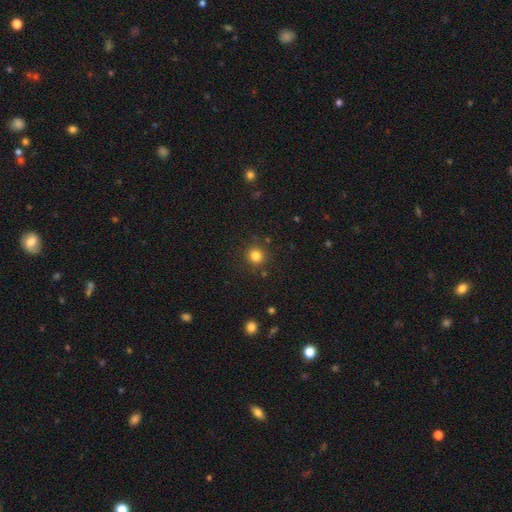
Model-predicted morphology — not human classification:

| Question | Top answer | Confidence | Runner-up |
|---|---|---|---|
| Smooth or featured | smooth | 82% | star or artifact (13%) |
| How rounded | round | 92% | in between (7%) |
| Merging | none | 87% | minor disturbance (8%) |